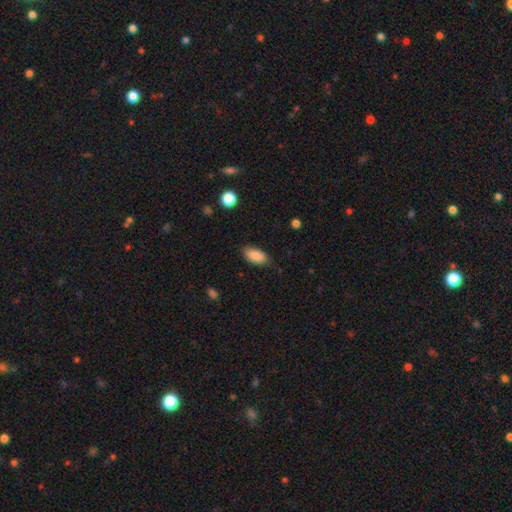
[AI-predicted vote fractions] Smooth or featured: smooth — 89% (star or artifact — 7%)
How rounded: in between — 92% (cigar-shaped — 5%)
Merging: none — 83% (minor disturbance — 13%)